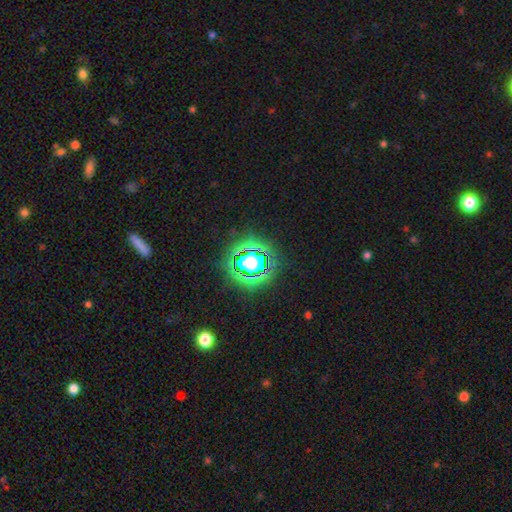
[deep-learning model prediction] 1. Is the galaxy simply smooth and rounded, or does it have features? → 65% star or artifact, 24% smooth, 12% featured or disk.